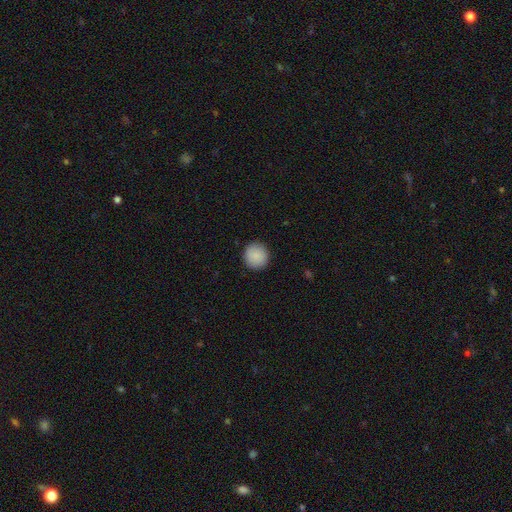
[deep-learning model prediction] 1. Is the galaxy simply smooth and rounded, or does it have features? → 89% smooth, 7% star or artifact, 4% featured or disk.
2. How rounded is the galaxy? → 93% round, 6% in between, 1% cigar-shaped.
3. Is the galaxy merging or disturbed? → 92% none, 6% minor disturbance, 2% major disturbance, 1% merger.